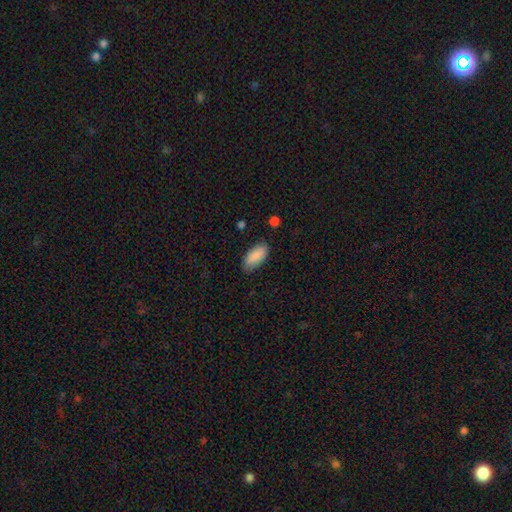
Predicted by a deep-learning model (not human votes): Smooth or featured? smooth (89%)
How rounded? in between (90%)
Merging? none (82%)